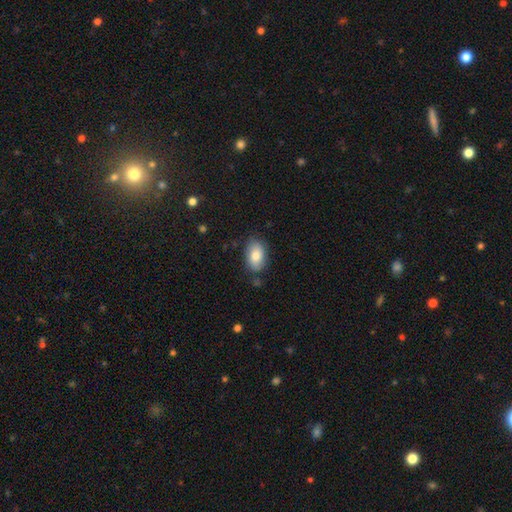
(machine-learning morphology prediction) smooth 81%, featured or disk 12%, star or artifact 7%. Down the decision tree: how rounded — in between (91%); merging — none (77%).